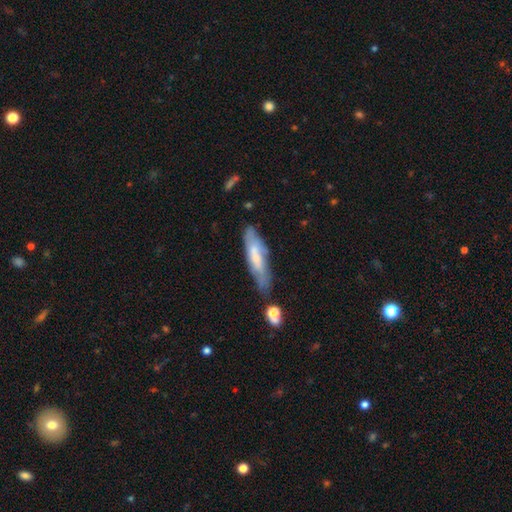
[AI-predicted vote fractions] smooth-or-featured: smooth: 48% | featured or disk: 45% | star or artifact: 7%
  merging: none: 56% | minor disturbance: 26% | merger: 10% | major disturbance: 9%